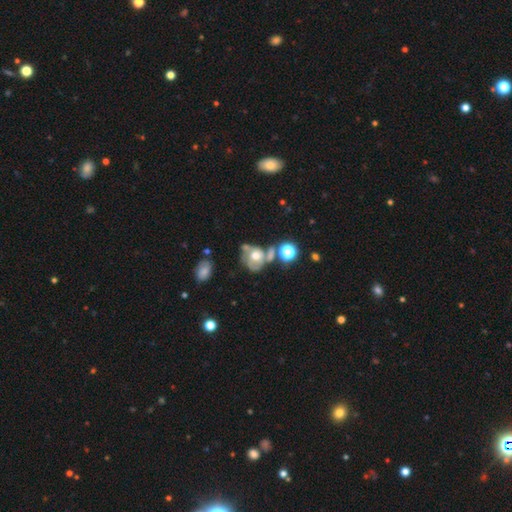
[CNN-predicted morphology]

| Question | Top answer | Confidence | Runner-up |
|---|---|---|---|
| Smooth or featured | featured or disk | 55% | smooth (32%) |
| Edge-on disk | no | 96% | yes (4%) |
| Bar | no | 82% | weak (15%) |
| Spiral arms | yes | 57% | no (43%) |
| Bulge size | moderate | 60% | large (22%) |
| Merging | merger | 32% | none (28%) |